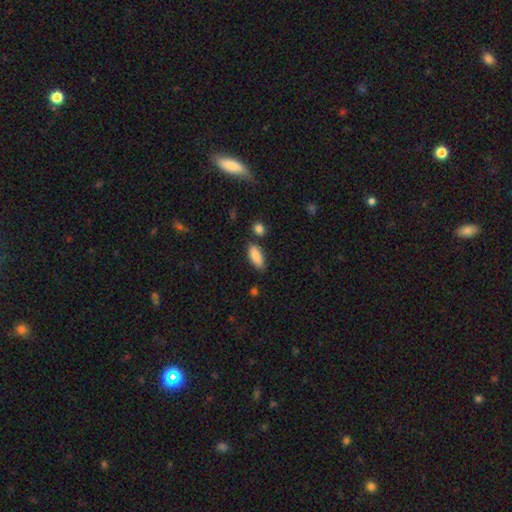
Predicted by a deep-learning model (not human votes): Overall: smooth (86%). How rounded: in between (78%). Merging: none (77%).